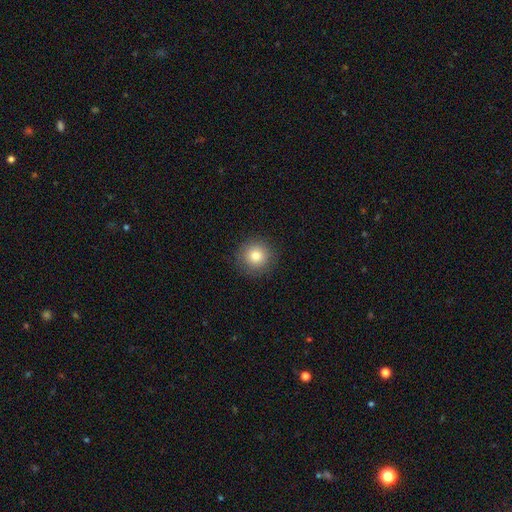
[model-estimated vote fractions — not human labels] A smooth galaxy with no disk features (81%) that is round (95%).

Vote fractions:
- Smooth or featured? smooth: 81% / star or artifact: 10% / featured or disk: 8%
- How rounded? round: 95% / in between: 4% / cigar-shaped: 1%
- Merging? none: 90% / minor disturbance: 7% / major disturbance: 2% / merger: 1%